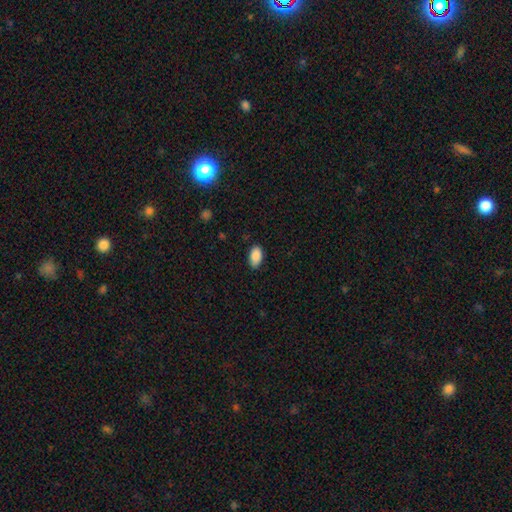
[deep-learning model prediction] Q: Smooth or featured?
A: smooth (89%); runner-up: star or artifact (7%)
Q: How rounded?
A: in between (94%); runner-up: round (4%)
Q: Merging?
A: none (83%); runner-up: minor disturbance (13%)